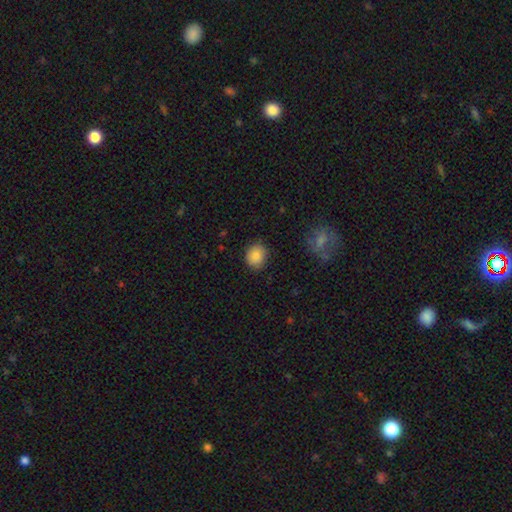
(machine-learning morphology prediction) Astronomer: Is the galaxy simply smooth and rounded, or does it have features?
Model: smooth — 85%.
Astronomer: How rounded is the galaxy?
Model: round — 74%.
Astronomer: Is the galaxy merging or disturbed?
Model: none — 86%.